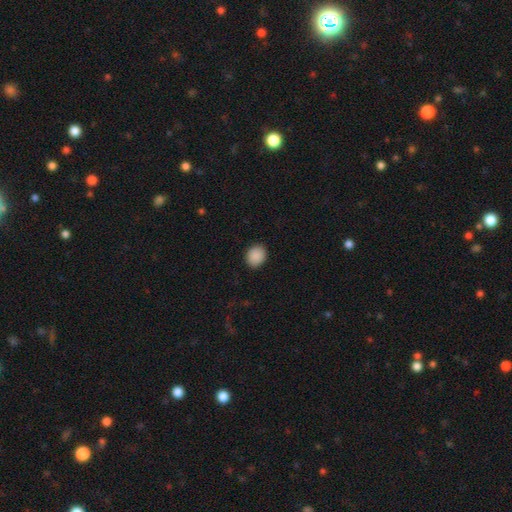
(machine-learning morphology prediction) Smooth or featured: smooth — 90% (star or artifact — 8%)
How rounded: round — 62% (in between — 37%)
Merging: none — 90% (minor disturbance — 7%)